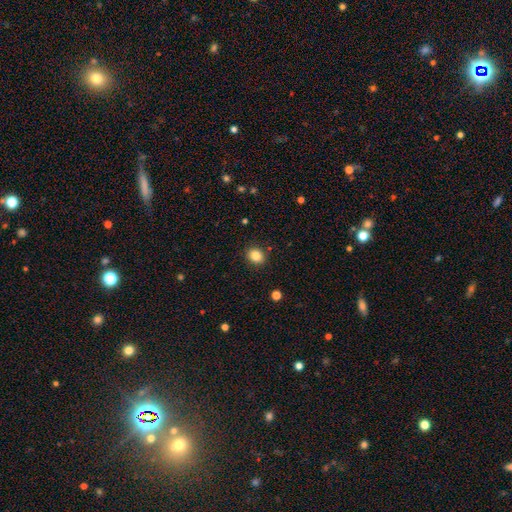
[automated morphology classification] A smooth galaxy with no disk features (84%) that is round (63%). Merging: none (89%).